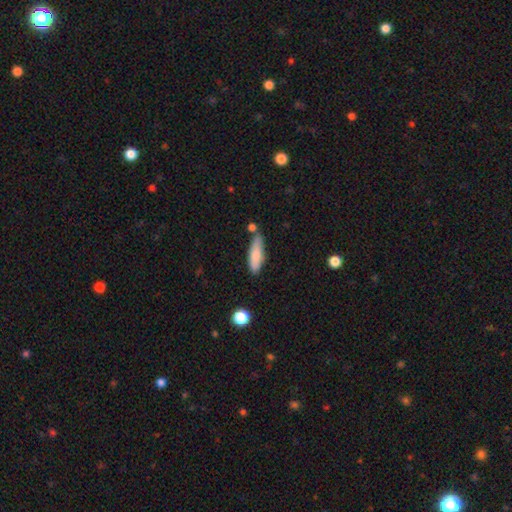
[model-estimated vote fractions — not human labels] Smooth or featured? Predicted: smooth (p=0.79). How rounded? Predicted: cigar-shaped (p=0.57). Merging? Predicted: none (p=0.67).